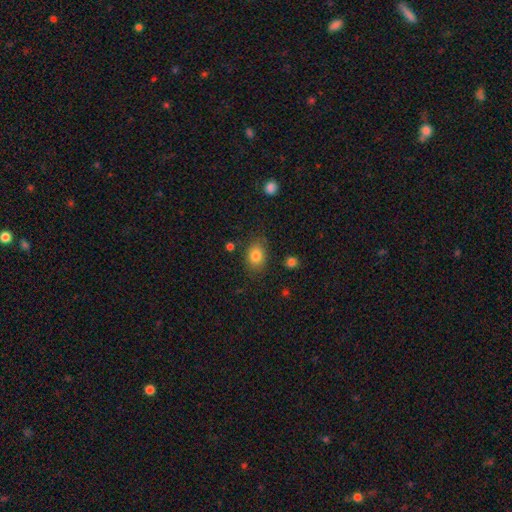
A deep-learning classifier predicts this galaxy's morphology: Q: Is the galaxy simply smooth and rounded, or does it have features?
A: smooth — 82%.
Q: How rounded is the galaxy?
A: in between — 67%.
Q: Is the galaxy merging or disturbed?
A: none — 79%.